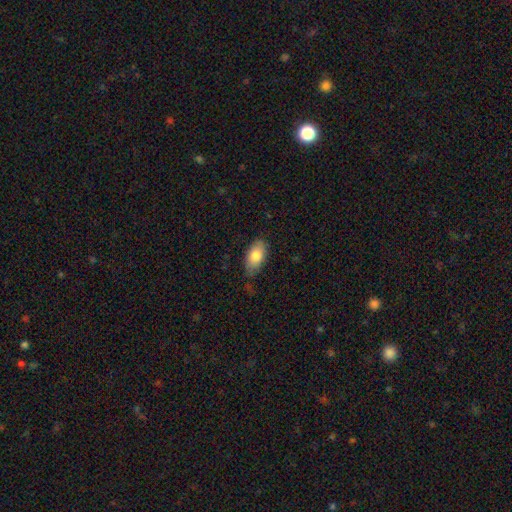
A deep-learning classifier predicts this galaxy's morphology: smooth 81%, featured or disk 12%, star or artifact 6%. Down the decision tree: how rounded — in between (92%); merging — none (71%).